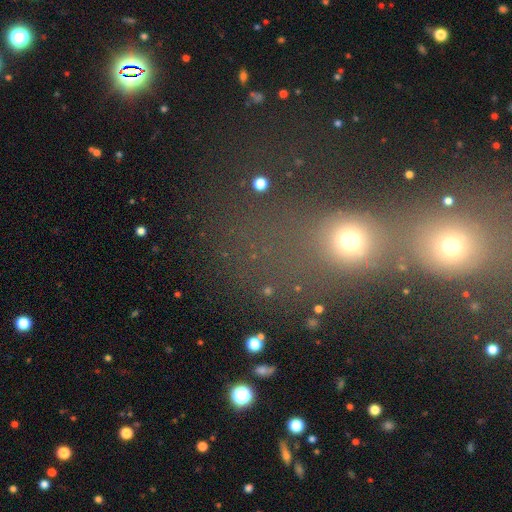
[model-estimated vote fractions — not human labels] smooth_or_featured: smooth (p=0.48) [alt: star or artifact p=0.38]
merging: merger (p=0.66) [alt: none p=0.20]